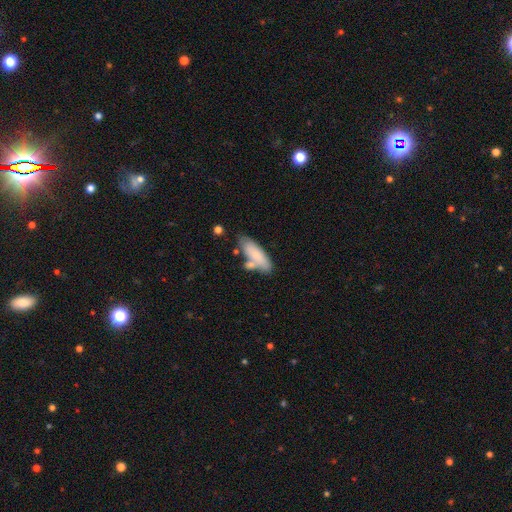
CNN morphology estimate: The model was most divided on "how rounded": in between: 57%, cigar-shaped: 41%, round: 2%. More confident: smooth or featured — smooth (78%); merging — none (57%).